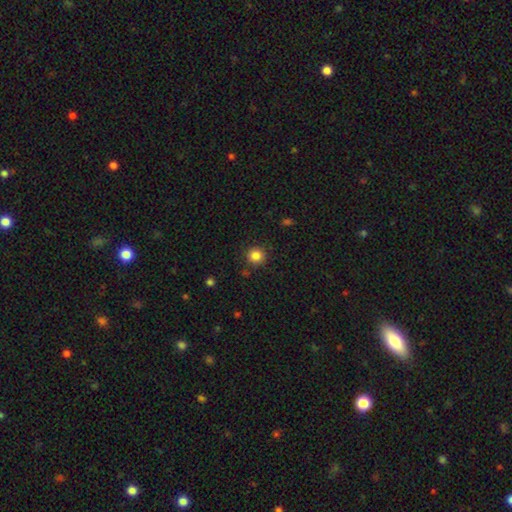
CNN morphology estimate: A smooth galaxy with no disk features (84%) that is round (93%). Merging: none (88%).